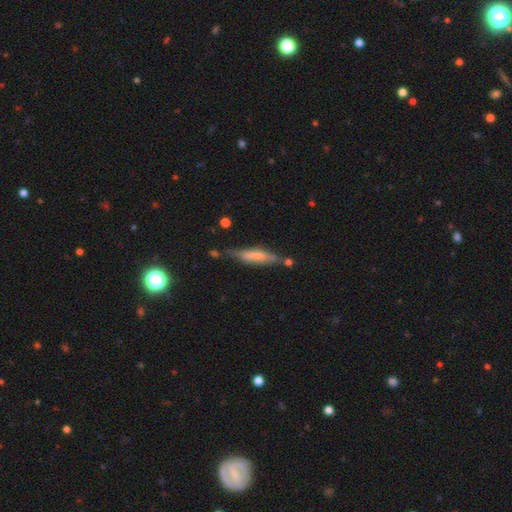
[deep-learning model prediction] This appears to be a smooth galaxy with no disk features (47%). Merging: none (58%).